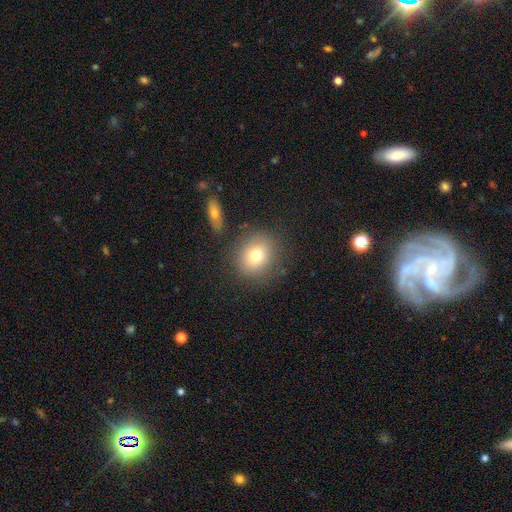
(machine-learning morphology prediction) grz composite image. It shows a smooth galaxy with no disk features (76%) that is round (70%). Merging: none (81%).